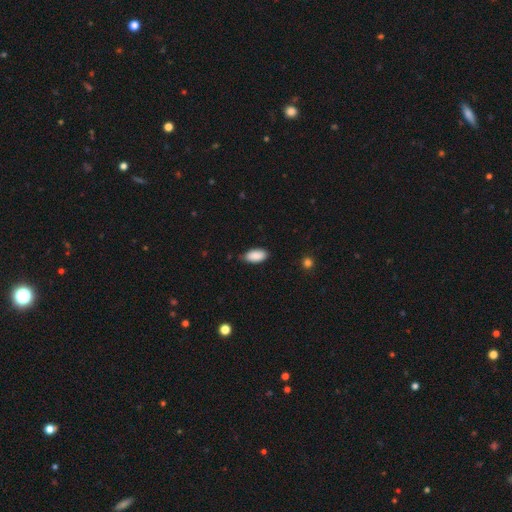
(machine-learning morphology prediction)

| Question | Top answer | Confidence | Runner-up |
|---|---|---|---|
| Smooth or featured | smooth | 89% | star or artifact (7%) |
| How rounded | in between | 94% | cigar-shaped (4%) |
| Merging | none | 79% | minor disturbance (17%) |